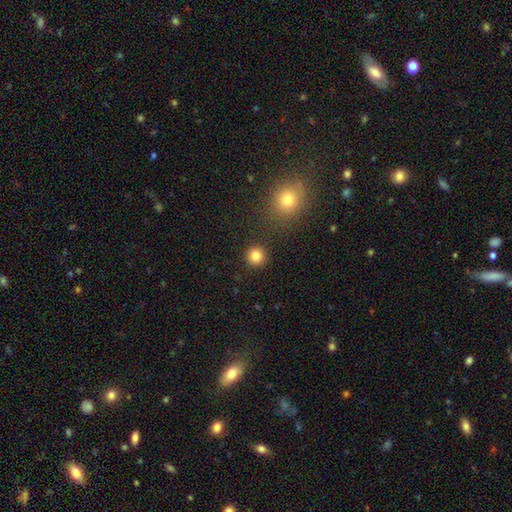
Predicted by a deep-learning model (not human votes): Smooth or featured? Predicted: smooth (p=0.84). How rounded? Predicted: round (p=0.94). Merging? Predicted: none (p=0.90).